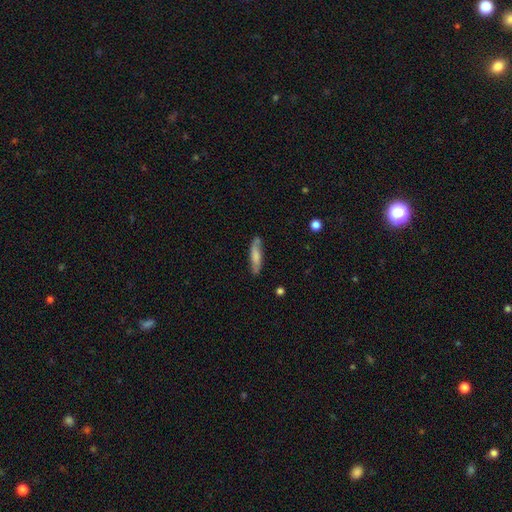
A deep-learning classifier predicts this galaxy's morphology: This is likely a smooth galaxy (65%). How rounded: likely cigar-shaped (75%). Merging: likely none (74%).